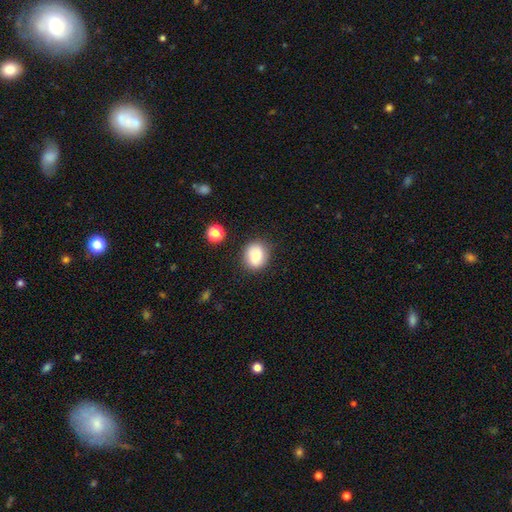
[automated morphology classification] The model was most divided on "how rounded": round: 62%, in between: 37%, cigar-shaped: 1%. More confident: smooth or featured — smooth (85%); merging — none (78%).